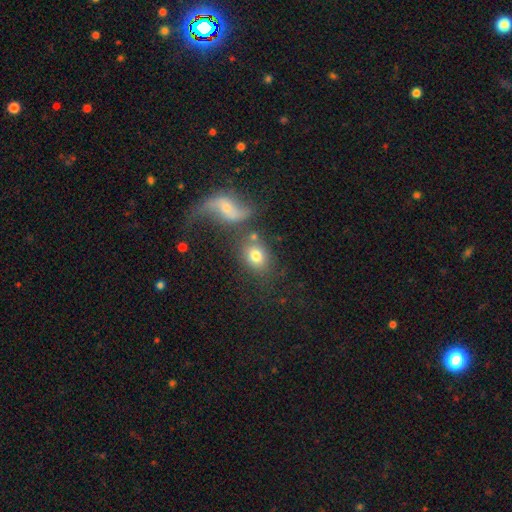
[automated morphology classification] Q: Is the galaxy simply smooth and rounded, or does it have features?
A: smooth — 73%.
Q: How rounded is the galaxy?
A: in between — 63%.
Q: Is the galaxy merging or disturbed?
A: none — 55%.